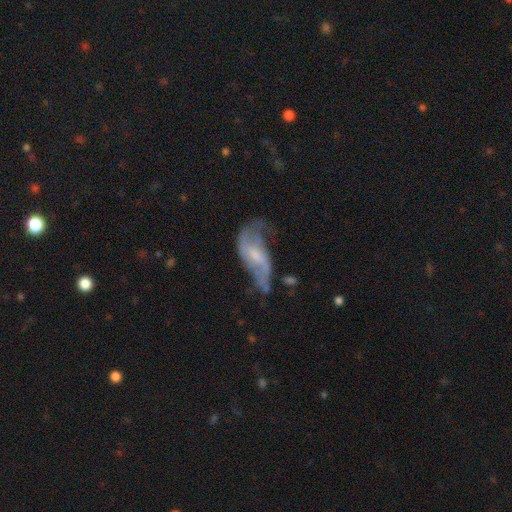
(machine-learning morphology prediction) Smooth or featured? featured or disk (73%)
Edge-on disk? no (93%)
Bar? weak (47%)
Spiral arms? yes (82%)
Spiral winding? loose (65%)
Spiral arm count? 2 (79%)
Bulge size? small (46%)
Merging? none (40%)